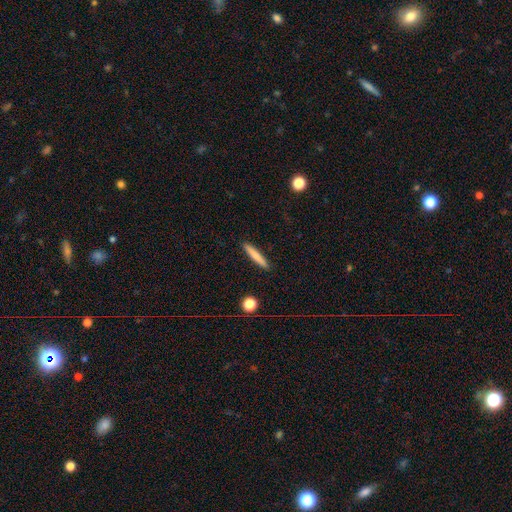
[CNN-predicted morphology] Smooth or featured? Predicted: smooth (p=0.73). How rounded? Predicted: cigar-shaped (p=0.93). Merging? Predicted: none (p=0.91).